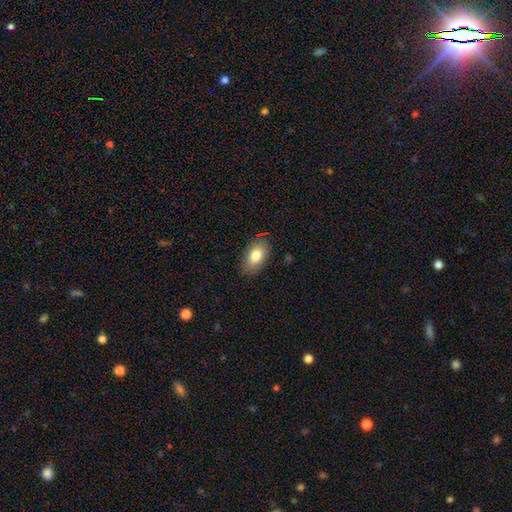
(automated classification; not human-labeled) Smooth or featured?
  - smooth: 80% *
  - featured or disk: 12%
  - star or artifact: 7%
How rounded?
  - in between: 91% *
  - round: 7%
  - cigar-shaped: 2%
Merging?
  - none: 85% *
  - minor disturbance: 12%
  - major disturbance: 3%
  - merger: 1%